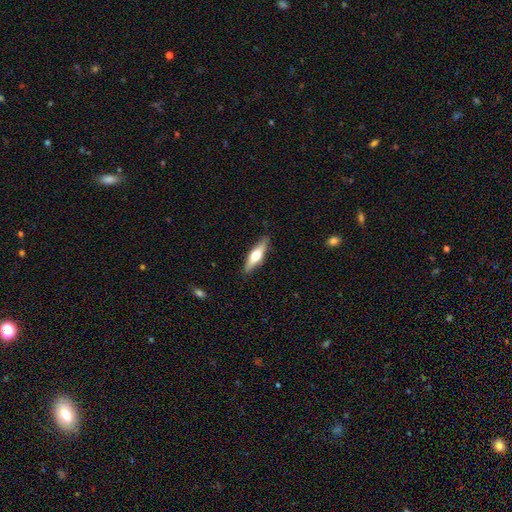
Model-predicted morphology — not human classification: Smooth or featured? smooth (48%)
Merging? none (87%)